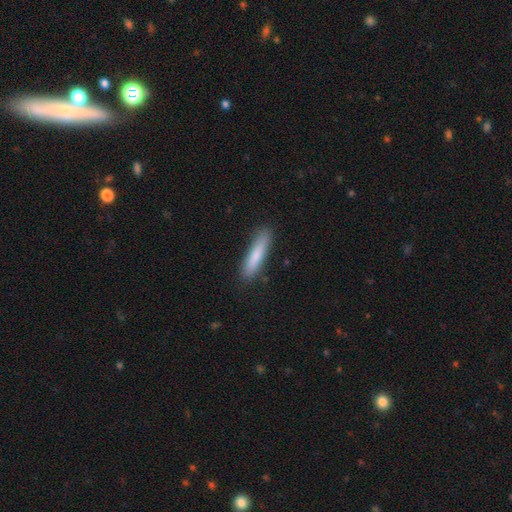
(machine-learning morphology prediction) type=smooth (79%); roundness=cigar-shaped (86%); merging=none (86%).